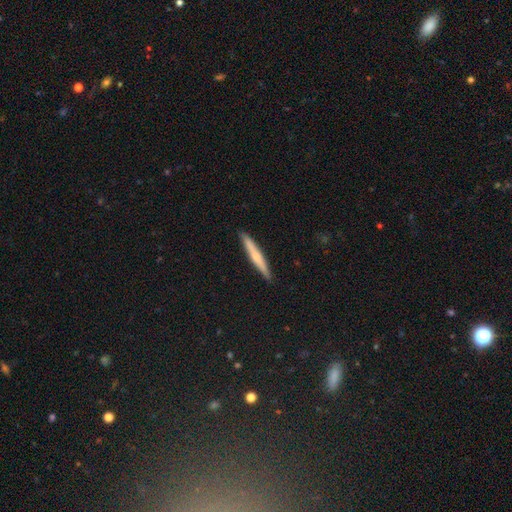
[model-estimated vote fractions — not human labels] smooth_or_featured: smooth (p=0.53) [alt: featured or disk p=0.42]
how_rounded: cigar-shaped (p=0.95) [alt: in between p=0.03]
merging: none (p=0.91) [alt: minor disturbance p=0.06]